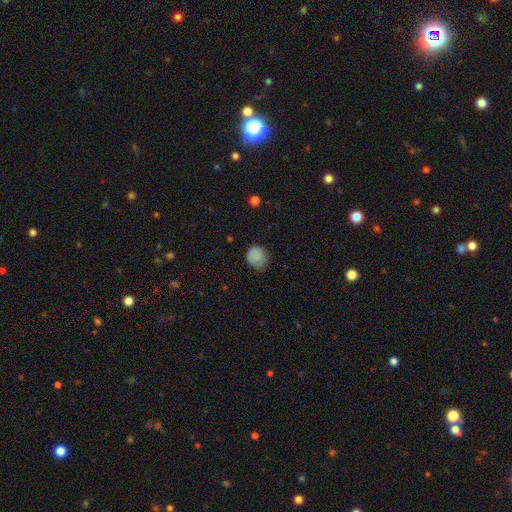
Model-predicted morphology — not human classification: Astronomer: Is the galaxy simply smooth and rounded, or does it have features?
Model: smooth — 83%.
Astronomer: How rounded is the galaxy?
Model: round — 75%.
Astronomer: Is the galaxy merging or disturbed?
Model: none — 61%.